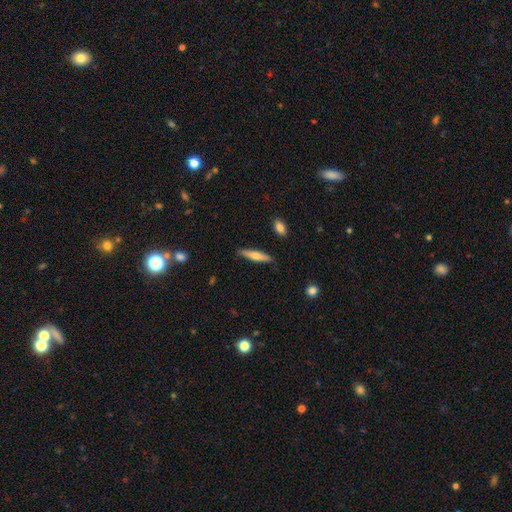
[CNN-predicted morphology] Smooth or featured? Predicted: smooth (p=0.54). How rounded? Predicted: cigar-shaped (p=0.84). Merging? Predicted: none (p=0.86).